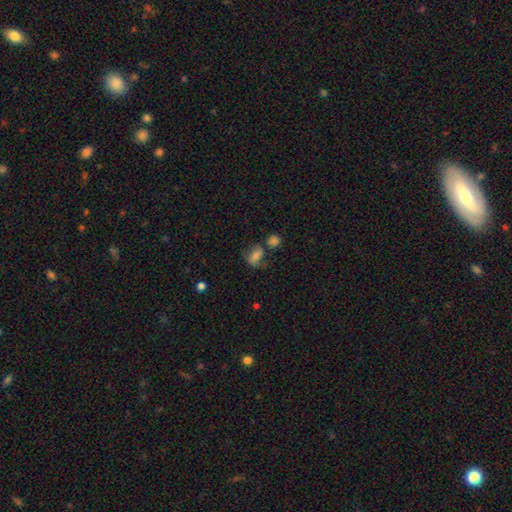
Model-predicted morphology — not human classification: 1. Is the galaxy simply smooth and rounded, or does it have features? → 59% smooth, 26% featured or disk, 14% star or artifact.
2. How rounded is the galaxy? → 72% in between, 23% round, 5% cigar-shaped.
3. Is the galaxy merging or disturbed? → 47% none, 21% minor disturbance, 18% merger, 14% major disturbance.